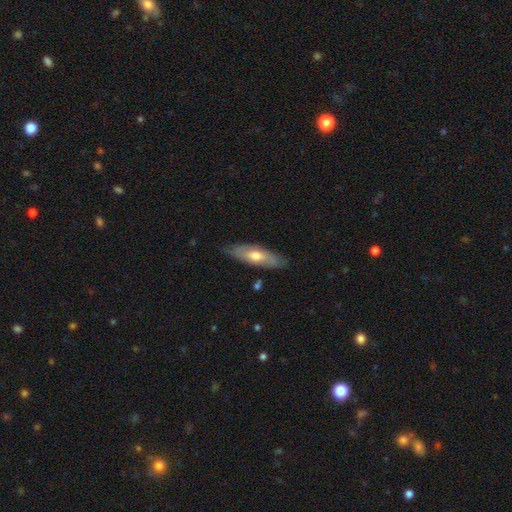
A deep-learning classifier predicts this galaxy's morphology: A featured or disk galaxy (50%).

Vote fractions:
- Smooth or featured? featured or disk: 50% / smooth: 45% / star or artifact: 6%
- Merging? none: 80% / minor disturbance: 16% / major disturbance: 3% / merger: 2%